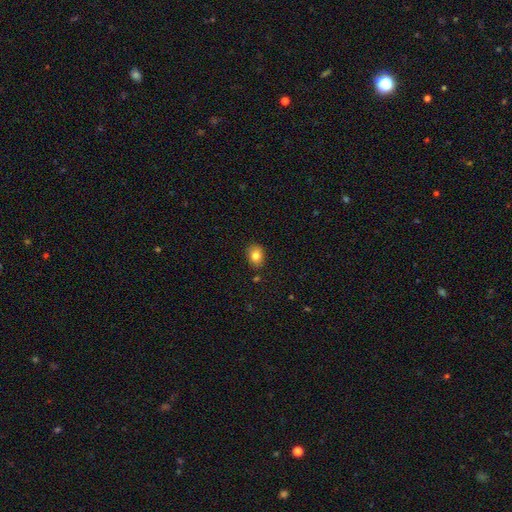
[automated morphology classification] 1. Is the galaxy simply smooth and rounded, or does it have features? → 82% smooth, 10% star or artifact, 8% featured or disk.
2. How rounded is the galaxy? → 55% in between, 44% round, 1% cigar-shaped.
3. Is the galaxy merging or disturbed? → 85% none, 11% minor disturbance, 2% merger, 2% major disturbance.